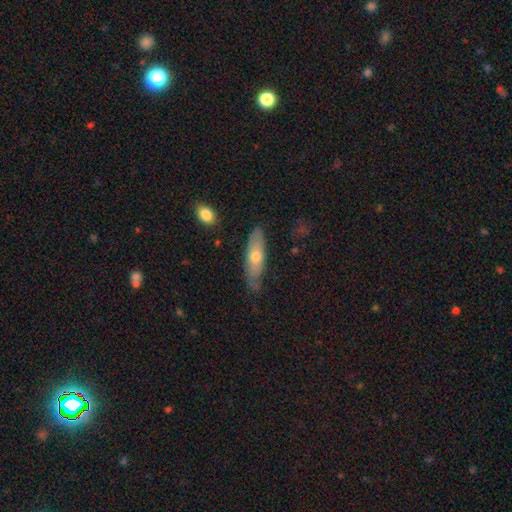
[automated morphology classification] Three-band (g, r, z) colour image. It shows a featured or disk galaxy (48%). Merging: none (78%).